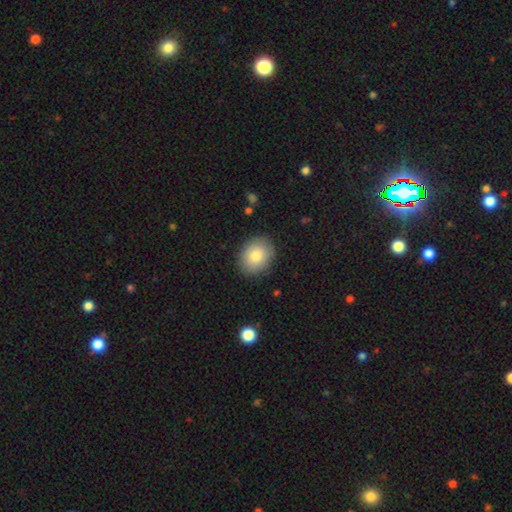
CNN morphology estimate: The model was most divided on "how rounded": round: 51%, in between: 48%, cigar-shaped: 1%. More confident: merging — none (88%); smooth or featured — smooth (83%).